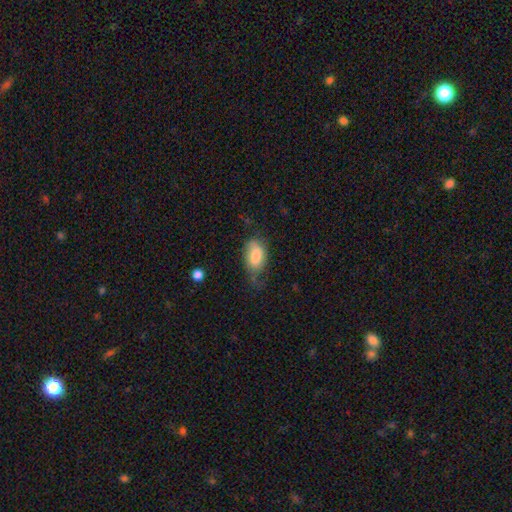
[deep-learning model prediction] Smooth or featured: smooth — 78% (featured or disk — 15%)
How rounded: in between — 92% (round — 5%)
Merging: none — 42% (minor disturbance — 37%)